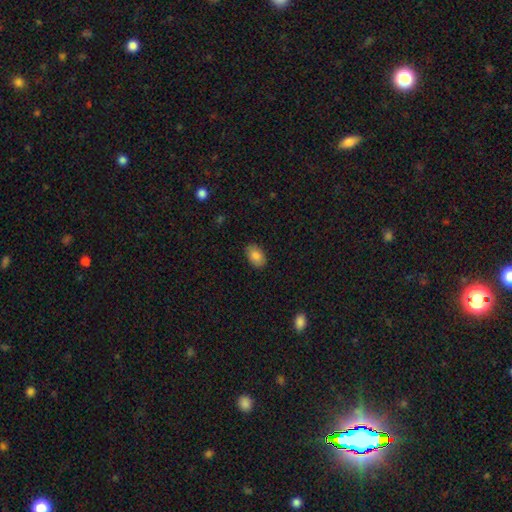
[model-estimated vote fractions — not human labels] Overall: smooth (87%). How rounded: in between (91%). Merging: none (87%).